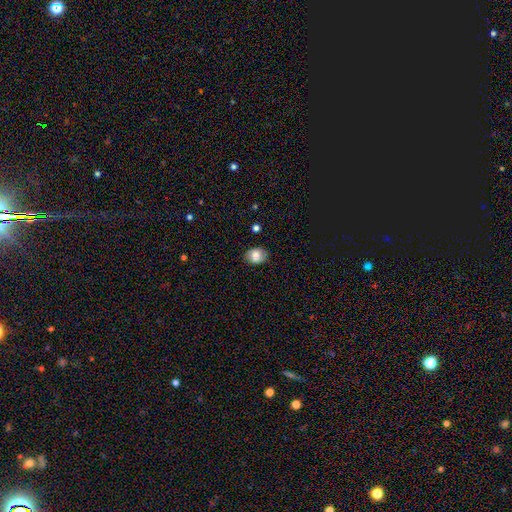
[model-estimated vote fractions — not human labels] Smooth or featured?
  - smooth: 73% *
  - featured or disk: 19%
  - star or artifact: 9%
How rounded?
  - in between: 57% *
  - round: 41%
  - cigar-shaped: 1%
Merging?
  - none: 82% *
  - minor disturbance: 13%
  - major disturbance: 3%
  - merger: 1%